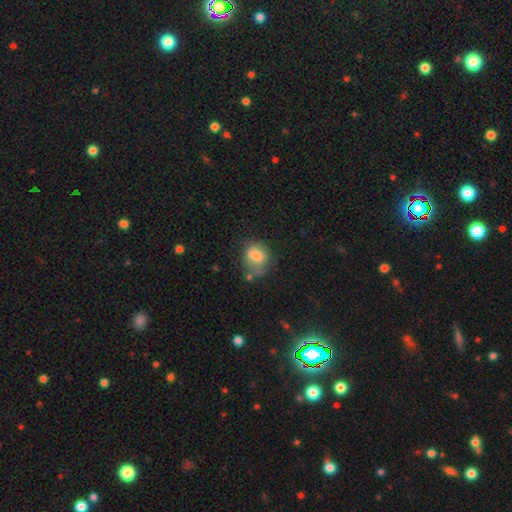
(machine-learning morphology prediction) A smooth galaxy with no disk features (72%) that is round (55%). Merging: none (48%).